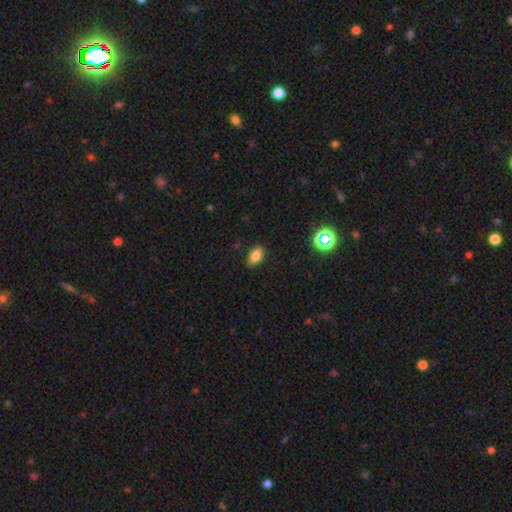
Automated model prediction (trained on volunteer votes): smooth 80%, star or artifact 12%, featured or disk 8%. Down the decision tree: how rounded — in between (88%); merging — none (84%).